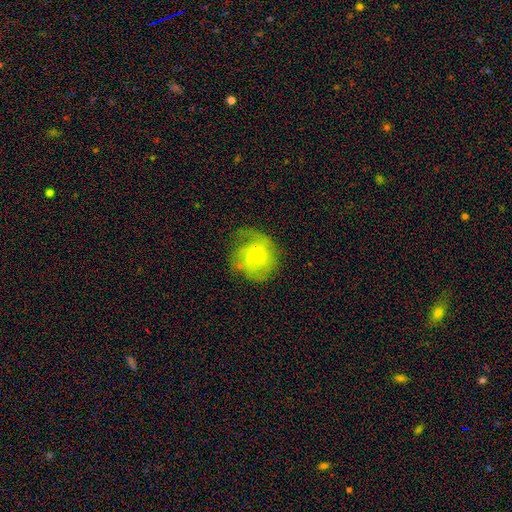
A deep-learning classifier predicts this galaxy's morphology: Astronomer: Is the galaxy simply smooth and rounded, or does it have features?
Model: featured or disk — 55% (runner-up: smooth, 37%).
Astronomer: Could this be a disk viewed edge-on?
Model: no — 97%.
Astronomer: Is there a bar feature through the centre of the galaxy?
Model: no — 78%.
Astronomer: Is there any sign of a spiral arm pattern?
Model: yes — 81%.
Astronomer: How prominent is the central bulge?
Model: small — 64%.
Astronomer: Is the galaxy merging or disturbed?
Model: none — 53%.